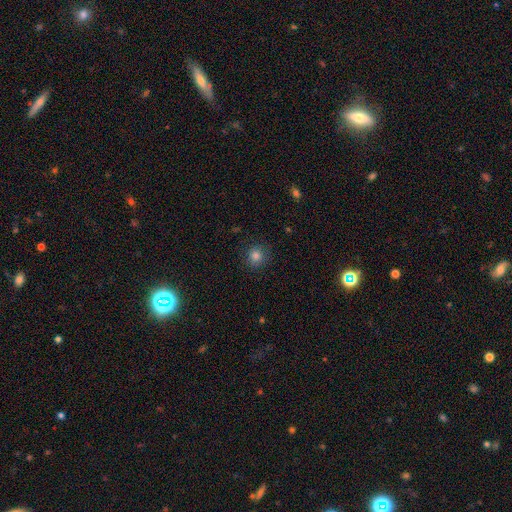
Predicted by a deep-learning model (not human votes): The model was most divided on "smooth or featured": smooth: 82%, star or artifact: 12%, featured or disk: 5%. More confident: how rounded — round (90%); merging — none (87%).